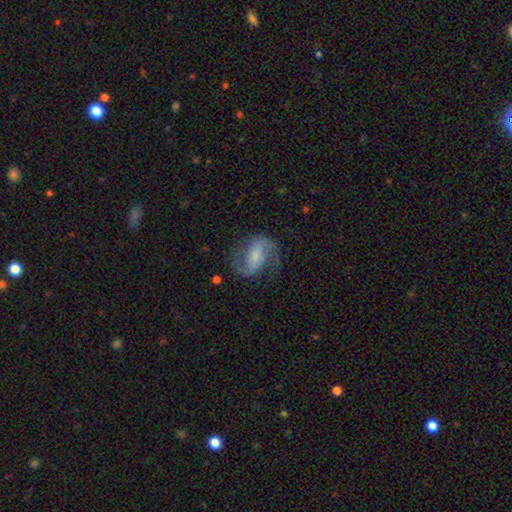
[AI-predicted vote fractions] Q: Smooth or featured?
A: featured or disk (84%); runner-up: smooth (10%)
Q: Edge-on disk?
A: no (97%); runner-up: yes (3%)
Q: Bar?
A: weak (41%); runner-up: strong (36%)
Q: Spiral arms?
A: yes (96%); runner-up: no (4%)
Q: Spiral winding?
A: medium (48%); runner-up: loose (39%)
Q: Spiral arm count?
A: 2 (92%); runner-up: can't tell (2%)
Q: Bulge size?
A: small (34%); runner-up: moderate (28%)
Q: Merging?
A: none (75%); runner-up: minor disturbance (14%)